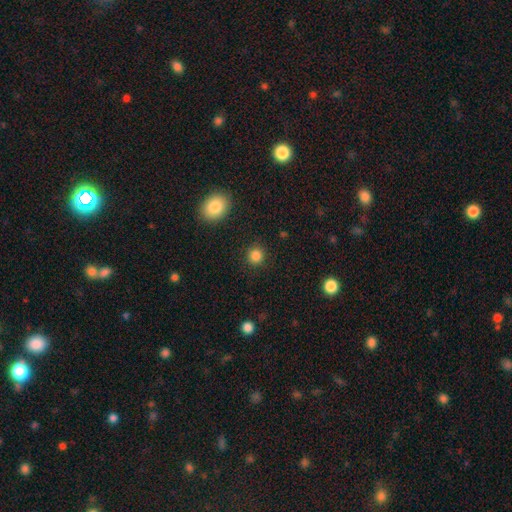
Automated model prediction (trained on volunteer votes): smooth 86%, star or artifact 11%, featured or disk 3%. Down the decision tree: how rounded — round (91%); merging — none (91%).